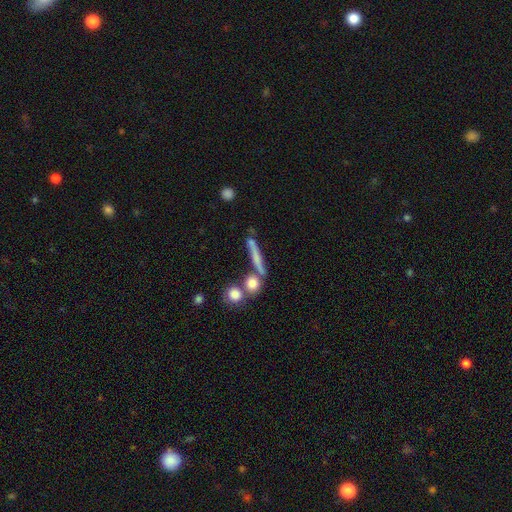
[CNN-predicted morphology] Overall: smooth (53%; featured or disk 35%). How rounded: cigar-shaped (77%). Merging: none (61%).